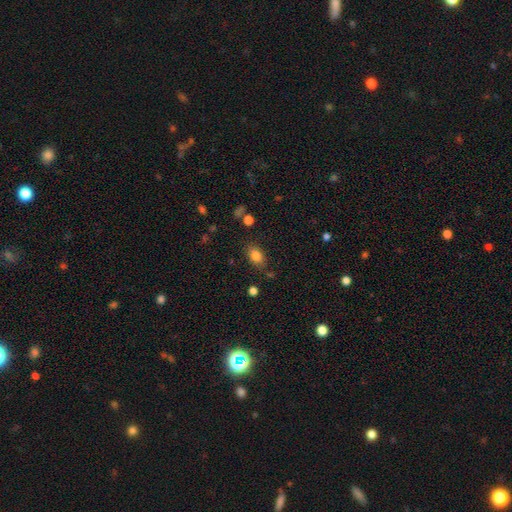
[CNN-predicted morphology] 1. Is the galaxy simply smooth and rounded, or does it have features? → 82% smooth, 10% star or artifact, 8% featured or disk.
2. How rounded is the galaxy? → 80% in between, 18% round, 2% cigar-shaped.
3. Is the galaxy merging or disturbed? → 79% none, 14% minor disturbance, 4% major disturbance, 3% merger.